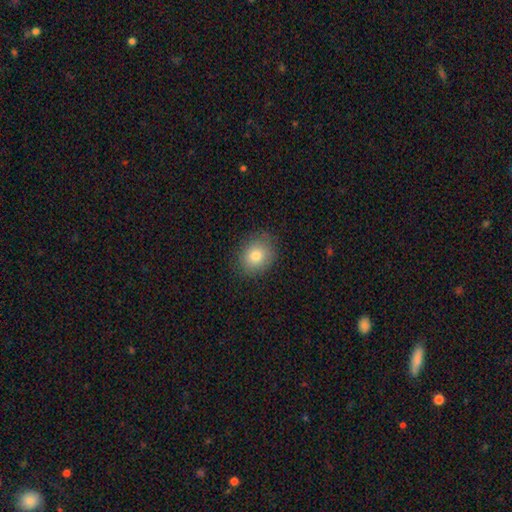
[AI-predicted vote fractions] Q: Smooth or featured?
A: smooth (80%); runner-up: featured or disk (10%)
Q: How rounded?
A: round (60%); runner-up: in between (40%)
Q: Merging?
A: none (84%); runner-up: minor disturbance (12%)